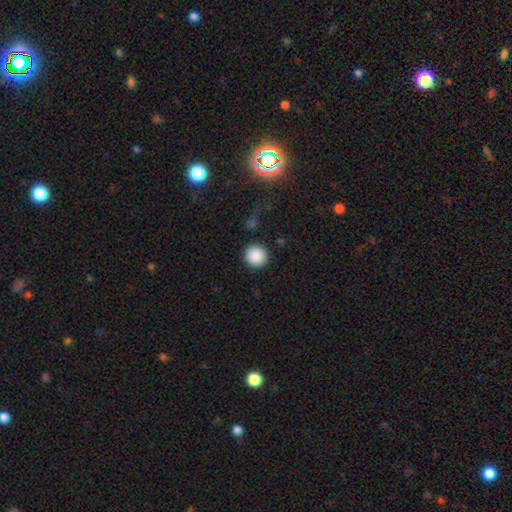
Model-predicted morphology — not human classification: This is clearly a smooth galaxy (88%). How rounded: clearly round (95%). Merging: clearly none (90%).